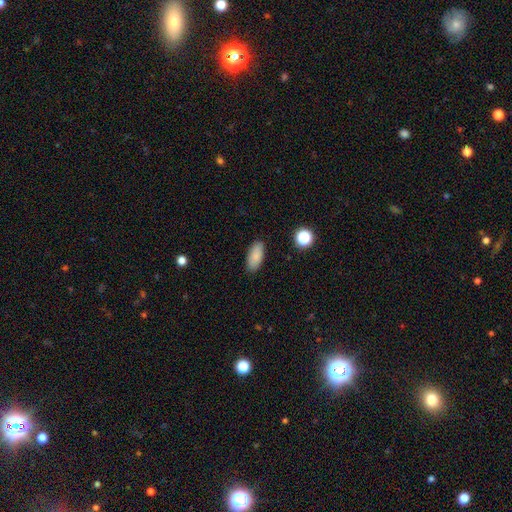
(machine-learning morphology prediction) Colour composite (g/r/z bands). It shows a smooth galaxy with no disk features (86%) that is in between round and cigar-shaped (87%). Merging: none (88%).